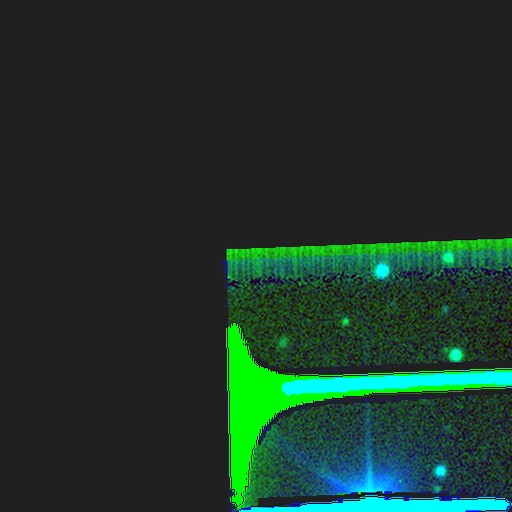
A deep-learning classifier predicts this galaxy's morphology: This appears to be a star or artifact, not a galaxy (83%).